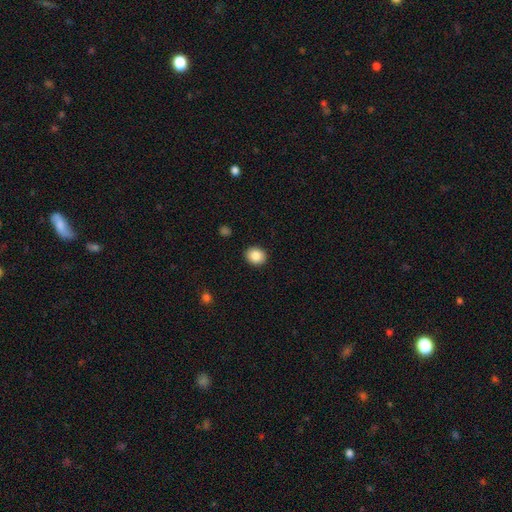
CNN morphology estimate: The model was most divided on "how rounded": round: 74%, in between: 26%, cigar-shaped: 1%. More confident: merging — none (91%); smooth or featured — smooth (86%).